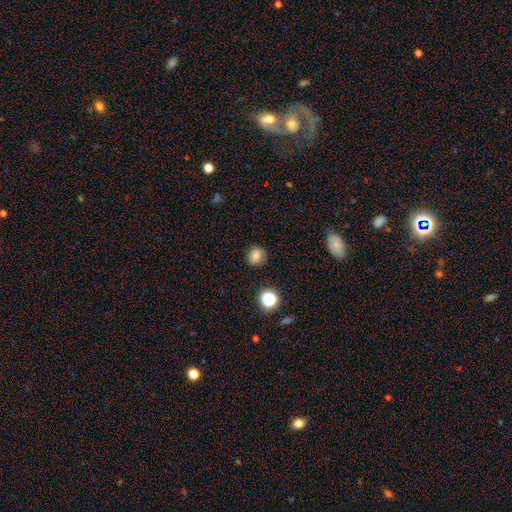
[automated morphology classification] Smooth or featured: smooth — 81% (star or artifact — 14%)
How rounded: round — 78% (in between — 21%)
Merging: none — 84% (minor disturbance — 11%)